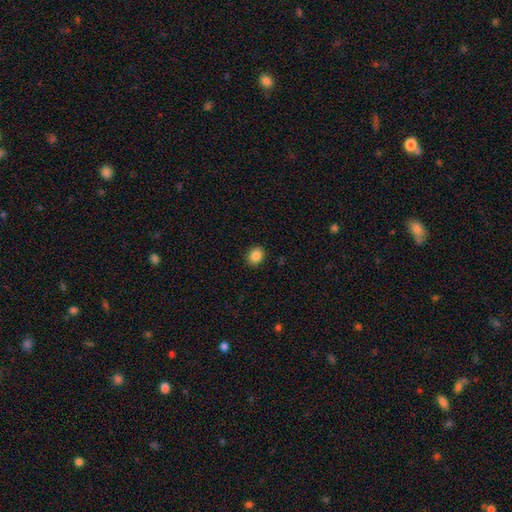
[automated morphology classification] Overall: smooth (86%). How rounded: round (61%; in between 39%). Merging: none (90%).